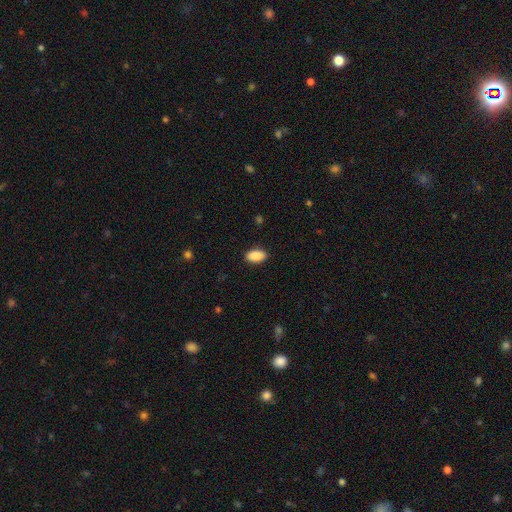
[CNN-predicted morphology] Q: Smooth or featured?
A: smooth (90%); runner-up: star or artifact (7%)
Q: How rounded?
A: in between (93%); runner-up: round (5%)
Q: Merging?
A: none (89%); runner-up: minor disturbance (8%)